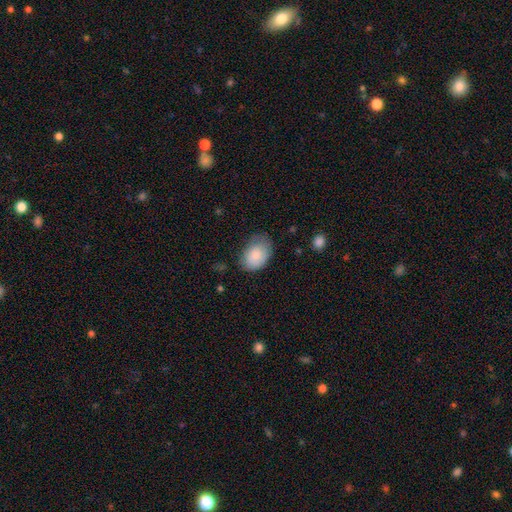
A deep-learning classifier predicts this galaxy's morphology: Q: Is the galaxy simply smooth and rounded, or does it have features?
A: smooth — 82%.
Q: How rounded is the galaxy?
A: in between — 82%.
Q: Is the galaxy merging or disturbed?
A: none — 62%.